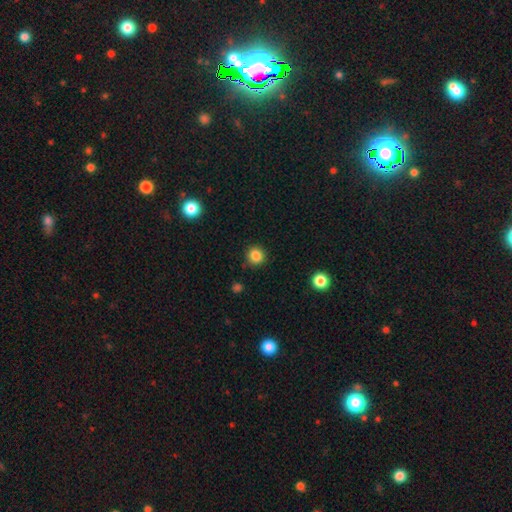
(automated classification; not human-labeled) This appears to be a smooth galaxy with no disk features (85%) that is round (92%). Merging: none (90%).